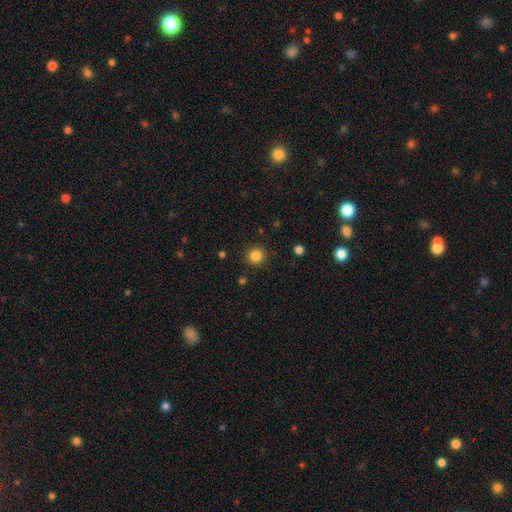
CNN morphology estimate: This appears to be a smooth galaxy with no disk features (84%) that is round (94%). Merging: none (90%).